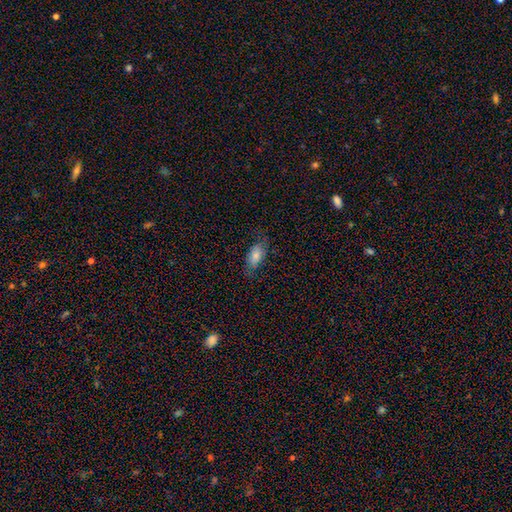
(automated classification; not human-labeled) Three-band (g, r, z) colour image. It shows a smooth galaxy with no disk features (73%) that is in between round and cigar-shaped (90%). Merging: none (71%).